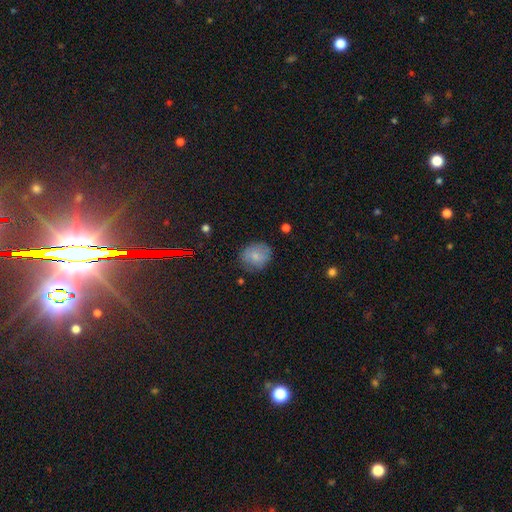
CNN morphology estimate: Overall: smooth (75%). How rounded: round (72%). Merging: none (75%).